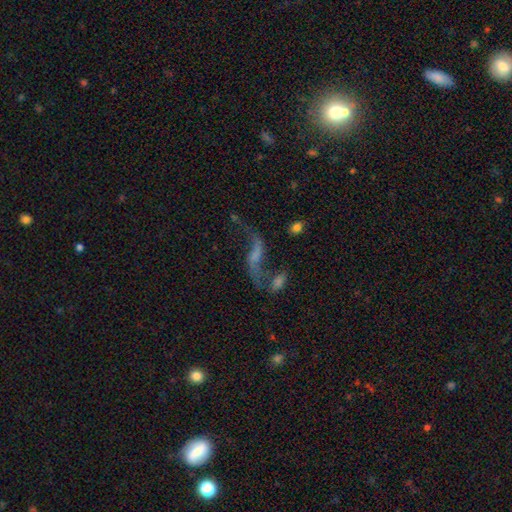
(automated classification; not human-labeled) Smooth or featured?
  - featured or disk: 74% *
  - smooth: 13%
  - star or artifact: 12%
Edge-on disk?
  - no: 91% *
  - yes: 9%
Bar?
  - weak: 40% *
  - no: 38%
  - strong: 22%
Spiral arms?
  - yes: 87% *
  - no: 13%
Spiral winding?
  - loose: 92% *
  - medium: 6%
  - tight: 2%
Spiral arm count?
  - 2: 89% *
  - 1: 6%
  - can't tell: 2%
  - 3: 1%
  - 4: 1%
  - more than 4: 1%
Bulge size?
  - none: 45% *
  - small: 33%
  - moderate: 16%
  - large: 4%
  - dominant: 2%
Merging?
  - none: 45% *
  - merger: 22%
  - major disturbance: 18%
  - minor disturbance: 15%